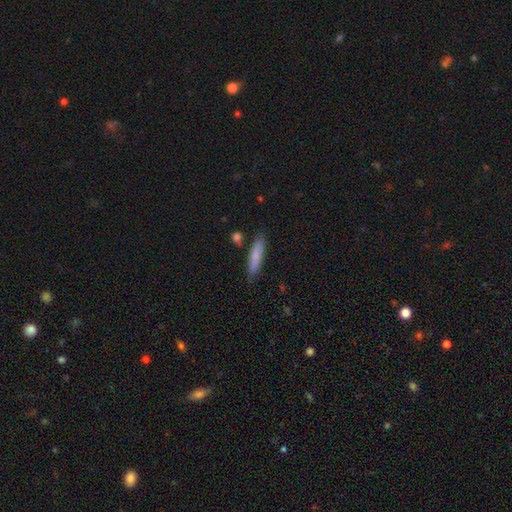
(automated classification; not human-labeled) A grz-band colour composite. It shows a smooth galaxy with no disk features (77%) that is cigar-shaped (81%). Merging: none (81%).